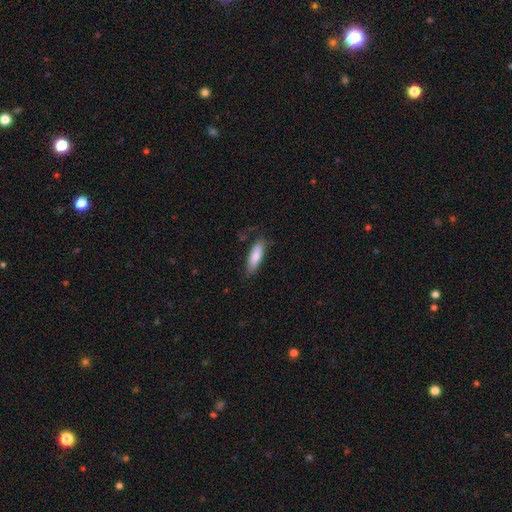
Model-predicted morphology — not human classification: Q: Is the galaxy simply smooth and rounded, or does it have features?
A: smooth — 82%.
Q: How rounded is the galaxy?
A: in between — 52%.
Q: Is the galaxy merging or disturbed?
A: none — 74%.